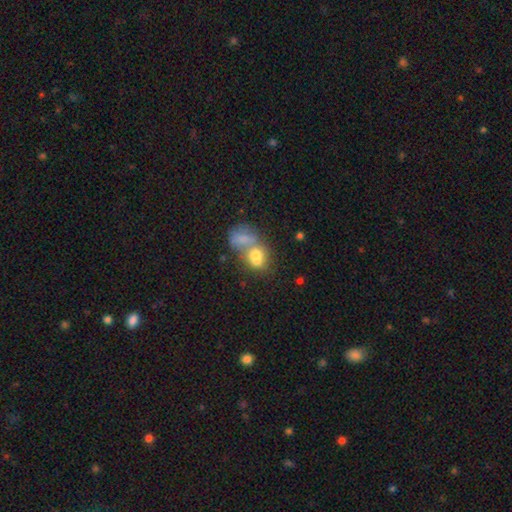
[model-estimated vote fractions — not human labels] Smooth or featured?
  - smooth: 67% *
  - featured or disk: 22%
  - star or artifact: 11%
How rounded?
  - in between: 57% *
  - round: 41%
  - cigar-shaped: 2%
Merging?
  - merger: 69% *
  - none: 16%
  - major disturbance: 7%
  - minor disturbance: 7%